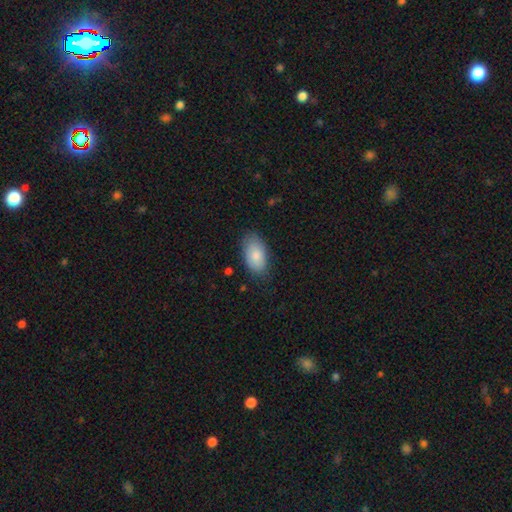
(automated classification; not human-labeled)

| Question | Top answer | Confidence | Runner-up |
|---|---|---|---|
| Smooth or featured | smooth | 83% | featured or disk (11%) |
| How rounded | in between | 94% | round (4%) |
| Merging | none | 77% | minor disturbance (18%) |